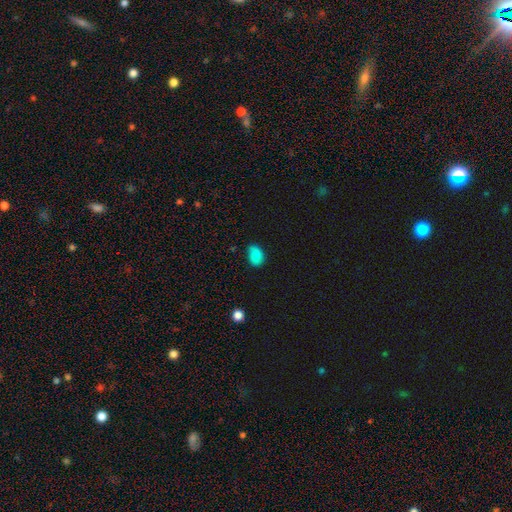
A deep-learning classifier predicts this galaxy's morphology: Smooth or featured?
  - smooth: 84% *
  - star or artifact: 10%
  - featured or disk: 6%
How rounded?
  - in between: 79% *
  - round: 20%
  - cigar-shaped: 1%
Merging?
  - none: 66% *
  - minor disturbance: 26%
  - major disturbance: 5%
  - merger: 2%